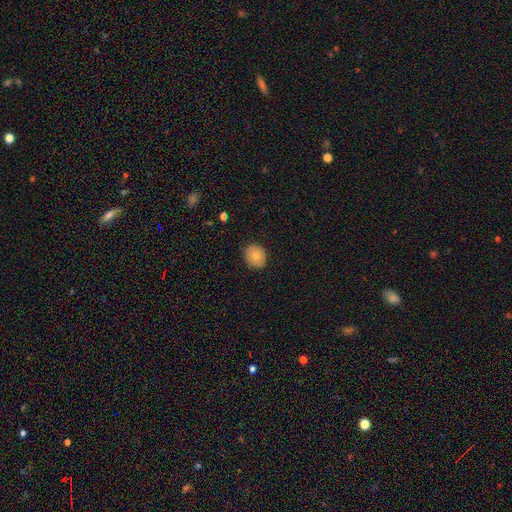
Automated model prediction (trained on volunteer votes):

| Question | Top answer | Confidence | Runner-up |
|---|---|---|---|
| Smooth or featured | smooth | 78% | featured or disk (13%) |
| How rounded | round | 74% | in between (25%) |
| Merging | none | 85% | minor disturbance (12%) |